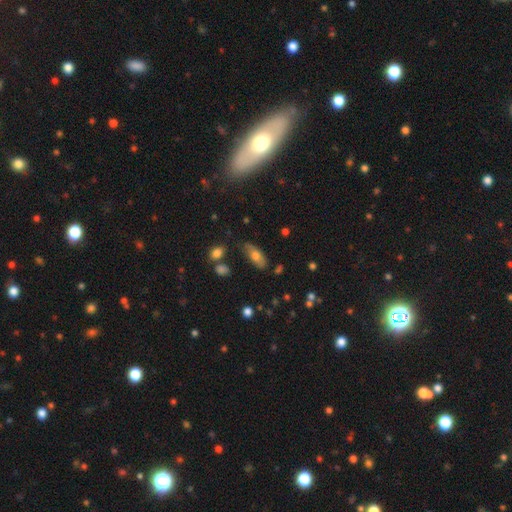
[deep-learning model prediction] smooth-or-featured: smooth: 71% | featured or disk: 20% | star or artifact: 8%
  how-rounded: in between: 83% | cigar-shaped: 14% | round: 3%
  merging: none: 72% | minor disturbance: 19% | major disturbance: 5% | merger: 4%